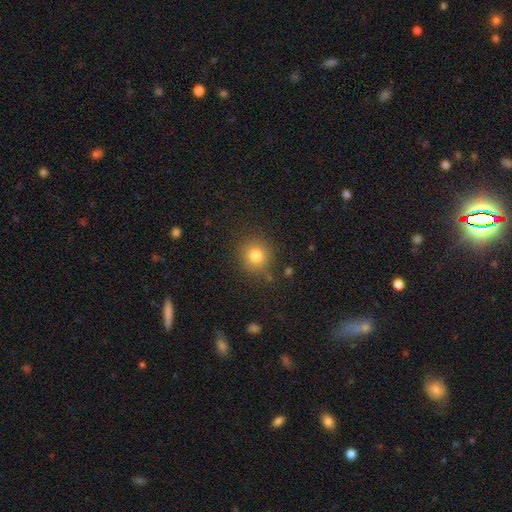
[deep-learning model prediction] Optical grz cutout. It shows a smooth galaxy with no disk features (81%) that is round (87%). Merging: none (85%).